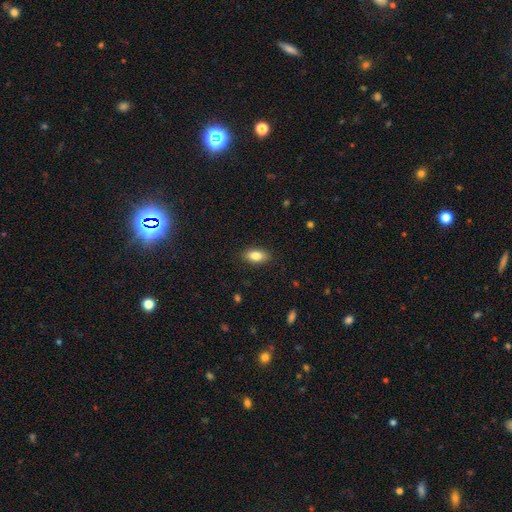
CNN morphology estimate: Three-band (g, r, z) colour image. It shows a smooth galaxy with no disk features (83%) that is in between round and cigar-shaped (90%). Merging: none (88%).